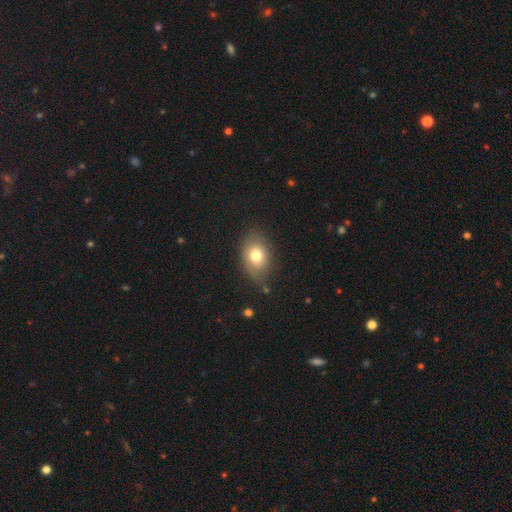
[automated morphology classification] This is likely a smooth galaxy (76%). How rounded: likely in between (71%). Merging: likely none (70%).